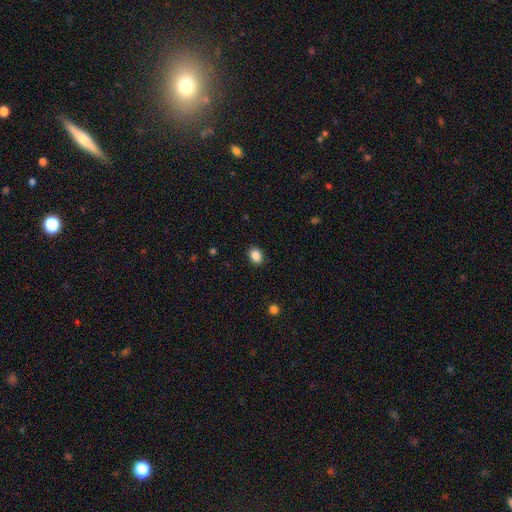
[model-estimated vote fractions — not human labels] Morphology: type=smooth (87%); roundness=in between (58%); merging=none (89%).